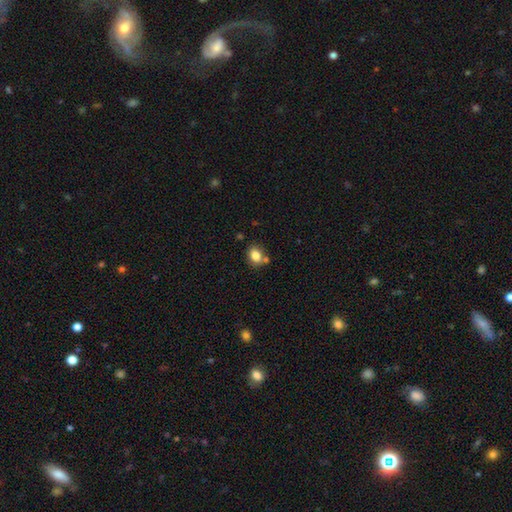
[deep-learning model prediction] This is clearly a smooth galaxy (82%). How rounded: possibly in between (54%). Merging: likely none (66%).